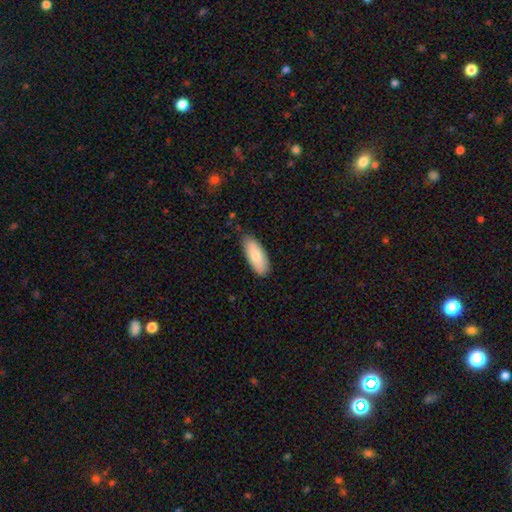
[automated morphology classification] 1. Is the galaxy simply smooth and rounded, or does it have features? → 80% smooth, 15% featured or disk, 6% star or artifact.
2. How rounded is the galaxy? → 81% in between, 18% cigar-shaped, 2% round.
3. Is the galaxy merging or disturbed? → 82% none, 15% minor disturbance, 2% major disturbance, 1% merger.